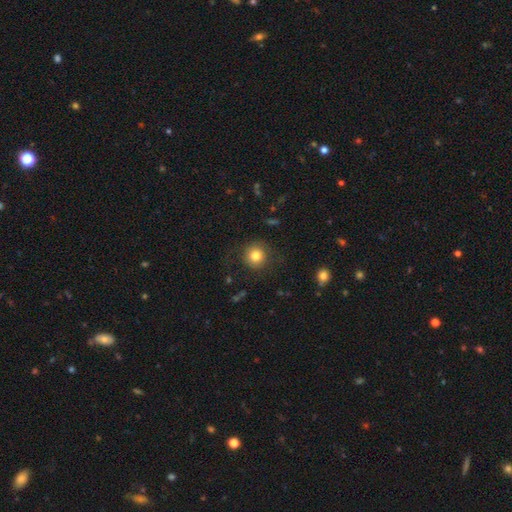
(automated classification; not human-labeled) Smooth or featured?
  - smooth: 81% *
  - star or artifact: 10%
  - featured or disk: 9%
How rounded?
  - round: 93% *
  - in between: 6%
  - cigar-shaped: 1%
Merging?
  - none: 84% *
  - minor disturbance: 10%
  - major disturbance: 5%
  - merger: 1%